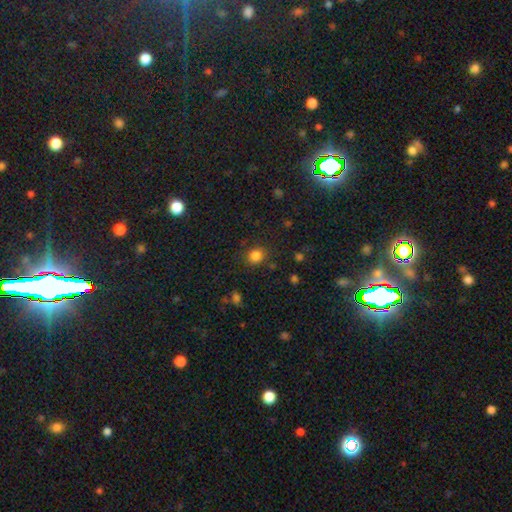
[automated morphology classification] Smooth or featured? smooth (82%)
How rounded? round (81%)
Merging? none (84%)